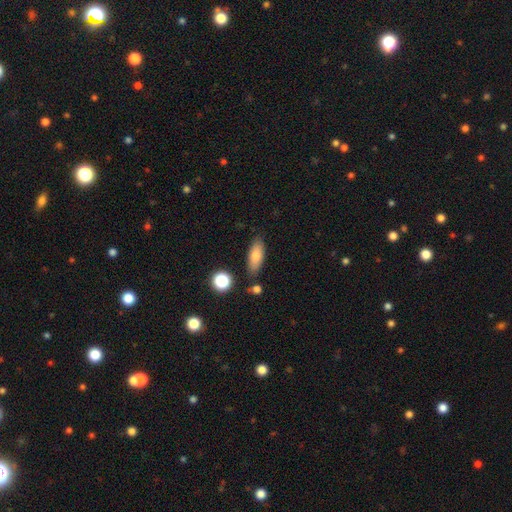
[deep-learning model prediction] Smooth or featured: smooth — 77% (featured or disk — 15%)
How rounded: in between — 74% (cigar-shaped — 22%)
Merging: none — 81% (minor disturbance — 12%)